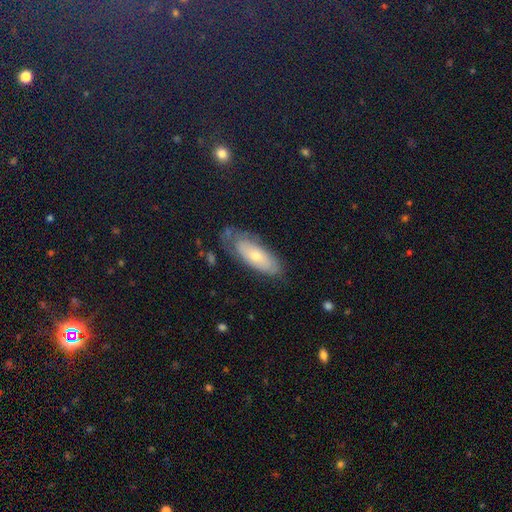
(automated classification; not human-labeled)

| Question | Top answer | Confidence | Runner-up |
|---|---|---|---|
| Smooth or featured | smooth | 49% | featured or disk (44%) |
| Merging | none | 64% | minor disturbance (25%) |